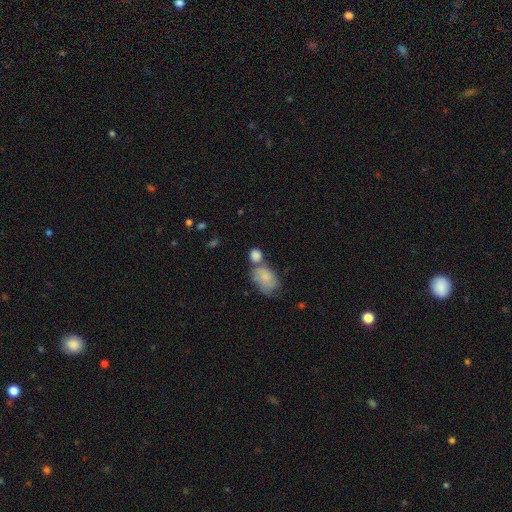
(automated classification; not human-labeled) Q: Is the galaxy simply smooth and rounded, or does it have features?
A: smooth — 78%.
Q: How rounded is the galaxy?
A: in between — 51%.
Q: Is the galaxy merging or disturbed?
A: merger — 40%.